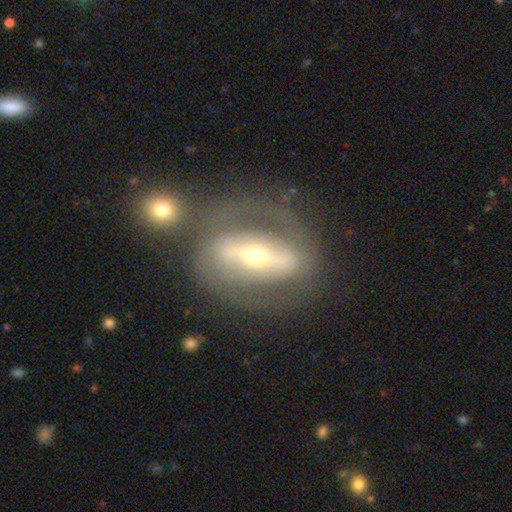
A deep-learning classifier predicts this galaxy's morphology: A featured or disk galaxy (78%) with a strong bar (67%), no spiral arms (51%) and a small central bulge (50%).

Vote fractions:
- Smooth or featured? featured or disk: 78% / smooth: 16% / star or artifact: 6%
- Edge-on disk? no: 85% / yes: 15%
- Bar? strong: 67% / weak: 17% / no: 16%
- Spiral arms? no: 51% / yes: 49%
- Bulge size? small: 50% / moderate: 45% / large: 3% / dominant: 1% / none: 1%
- Merging? none: 60% / minor disturbance: 15% / merger: 13% / major disturbance: 12%